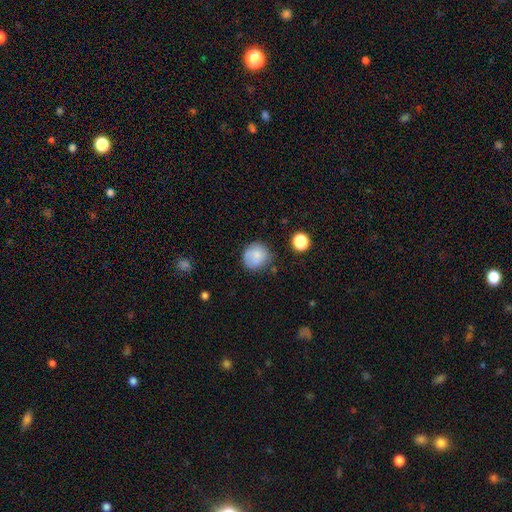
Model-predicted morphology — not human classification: Smooth or featured?
  - smooth: 78% *
  - featured or disk: 13%
  - star or artifact: 9%
How rounded?
  - round: 86% *
  - in between: 13%
  - cigar-shaped: 1%
Merging?
  - none: 68% *
  - minor disturbance: 22%
  - major disturbance: 6%
  - merger: 3%